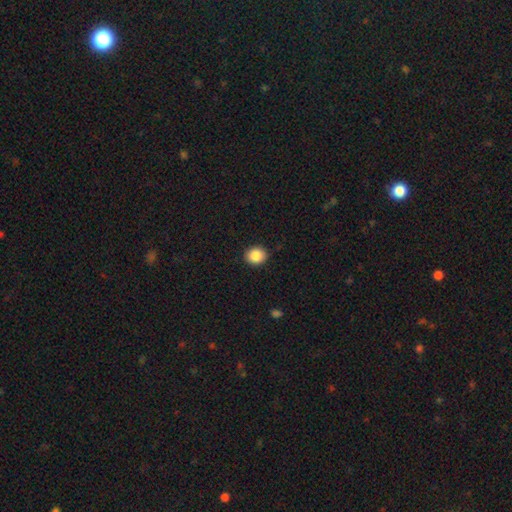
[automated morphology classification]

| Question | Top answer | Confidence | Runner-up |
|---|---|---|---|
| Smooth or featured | smooth | 87% | star or artifact (9%) |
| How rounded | round | 75% | in between (24%) |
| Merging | none | 91% | minor disturbance (7%) |